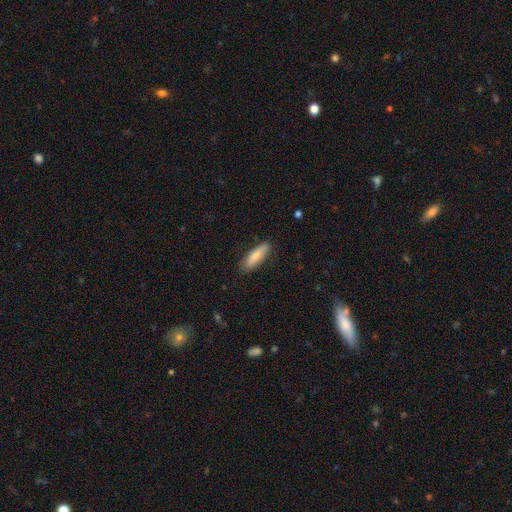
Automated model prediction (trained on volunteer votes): Q: Smooth or featured?
A: smooth (80%); runner-up: featured or disk (14%)
Q: How rounded?
A: cigar-shaped (57%); runner-up: in between (42%)
Q: Merging?
A: none (84%); runner-up: minor disturbance (13%)